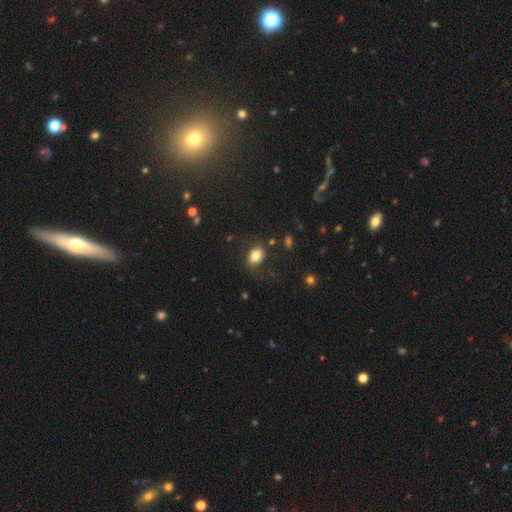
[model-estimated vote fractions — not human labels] This appears to be a smooth galaxy with no disk features (80%) that is in between round and cigar-shaped (73%). Merging: none (71%).